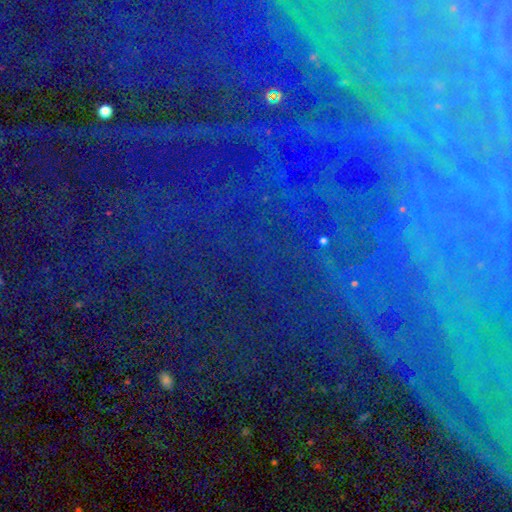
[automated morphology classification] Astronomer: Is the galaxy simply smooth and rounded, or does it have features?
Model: star or artifact — 80%.